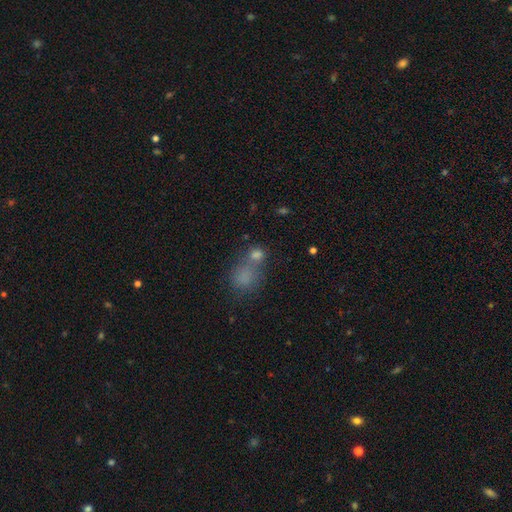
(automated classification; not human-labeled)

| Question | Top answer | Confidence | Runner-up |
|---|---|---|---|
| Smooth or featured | smooth | 70% | star or artifact (20%) |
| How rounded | round | 63% | in between (34%) |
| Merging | none | 42% | merger (38%) |